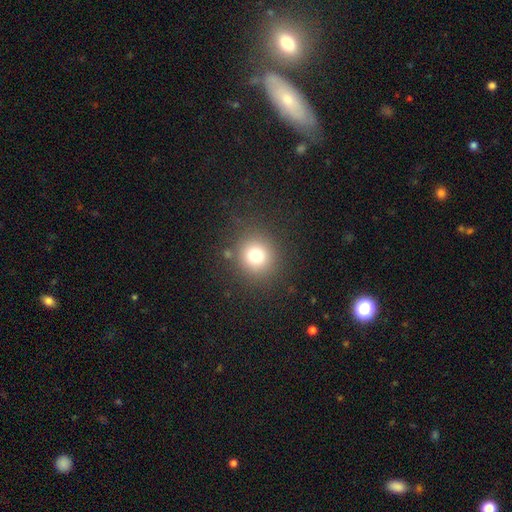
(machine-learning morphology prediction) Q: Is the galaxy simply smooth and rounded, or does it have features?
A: smooth — 75%.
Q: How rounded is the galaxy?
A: round — 91%.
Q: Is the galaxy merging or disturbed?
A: none — 85%.